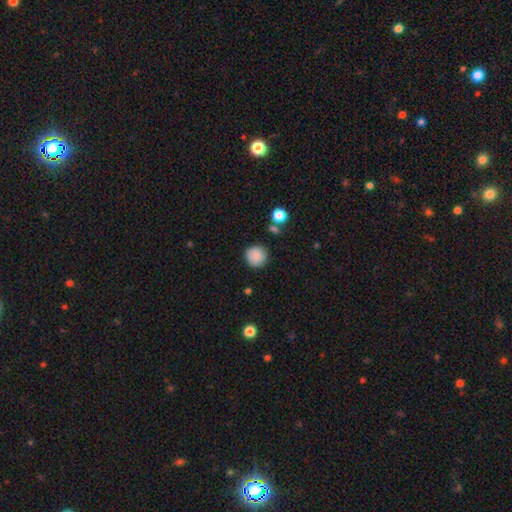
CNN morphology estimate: Q: Smooth or featured?
A: smooth (87%); runner-up: star or artifact (9%)
Q: How rounded?
A: round (95%); runner-up: in between (4%)
Q: Merging?
A: none (89%); runner-up: minor disturbance (6%)